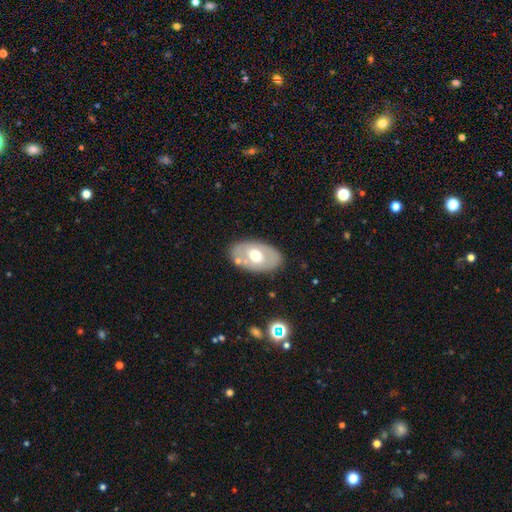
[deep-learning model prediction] smooth_or_featured: smooth (p=0.52) [alt: featured or disk p=0.42]
how_rounded: in between (p=0.89) [alt: round p=0.10]
merging: none (p=0.78) [alt: minor disturbance p=0.13]